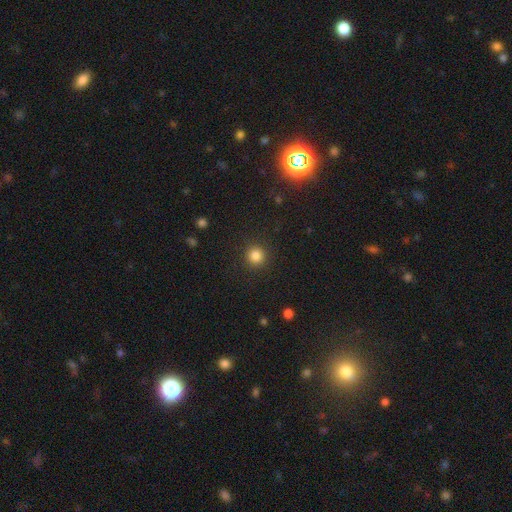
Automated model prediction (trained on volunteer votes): Overall: smooth (84%). How rounded: round (94%). Merging: none (91%).